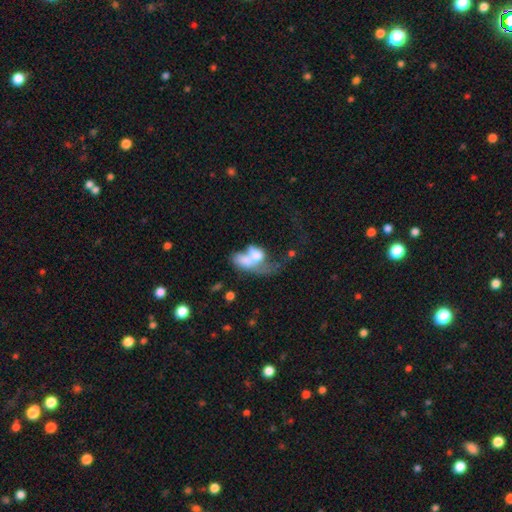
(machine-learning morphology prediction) smooth-or-featured: smooth: 53% | featured or disk: 37% | star or artifact: 10%
  how-rounded: in between: 73% | round: 23% | cigar-shaped: 4%
  merging: merger: 53% | major disturbance: 28% | none: 11% | minor disturbance: 8%